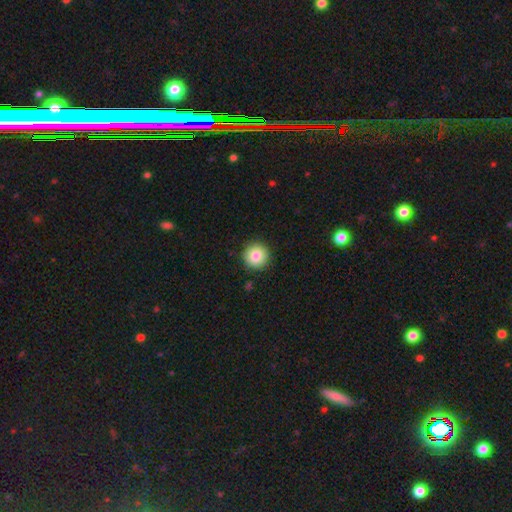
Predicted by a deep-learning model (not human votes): A smooth galaxy with no disk features (83%) that is round (95%).

Vote fractions:
- Smooth or featured? smooth: 83% / star or artifact: 9% / featured or disk: 8%
- How rounded? round: 95% / in between: 4% / cigar-shaped: 1%
- Merging? none: 91% / minor disturbance: 6% / major disturbance: 2% / merger: 1%